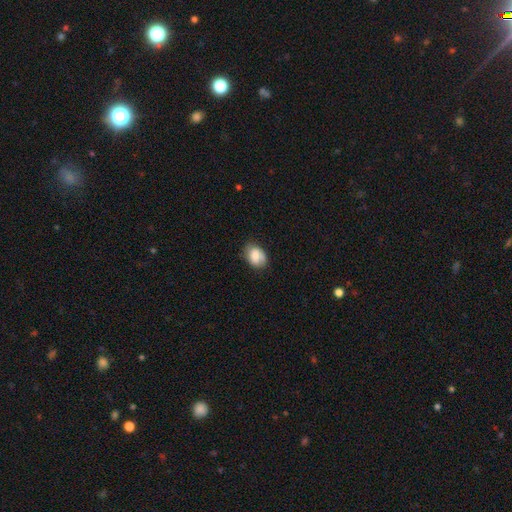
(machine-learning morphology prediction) This is likely a smooth galaxy (75%). How rounded: likely in between (75%). Merging: likely none (64%).